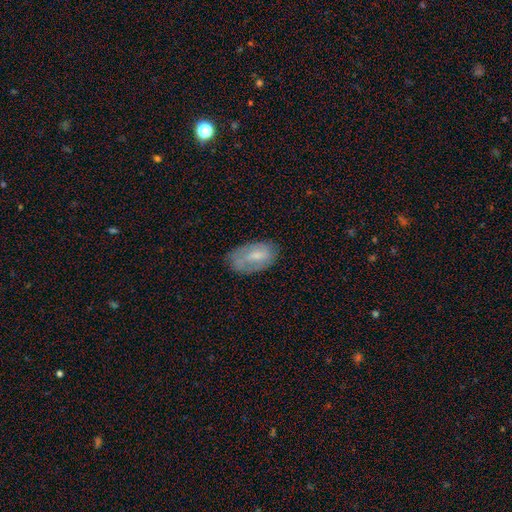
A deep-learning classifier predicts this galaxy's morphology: The model was most divided on "smooth or featured": smooth: 57%, featured or disk: 36%, star or artifact: 7%. More confident: how rounded — in between (92%); merging — none (63%).